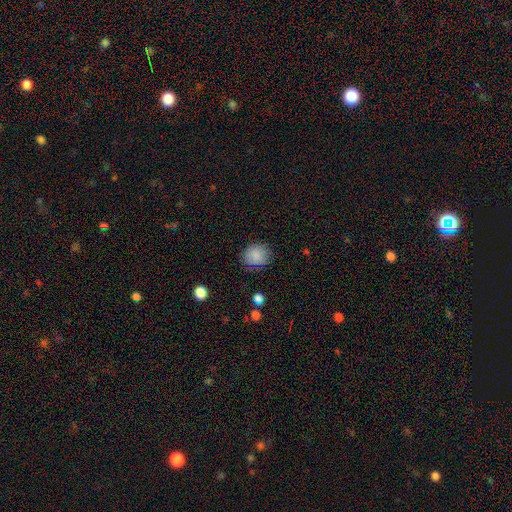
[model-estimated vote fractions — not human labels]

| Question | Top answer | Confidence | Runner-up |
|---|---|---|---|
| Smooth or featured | smooth | 85% | star or artifact (9%) |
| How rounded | round | 76% | in between (23%) |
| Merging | none | 76% | minor disturbance (18%) |